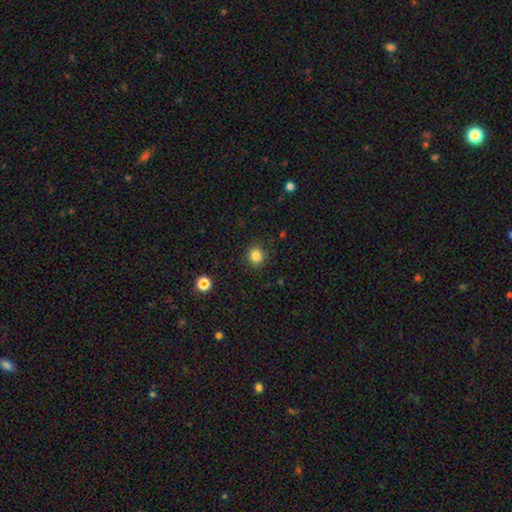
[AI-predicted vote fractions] This appears to be a smooth galaxy with no disk features (84%) that is round (86%). Merging: none (89%).